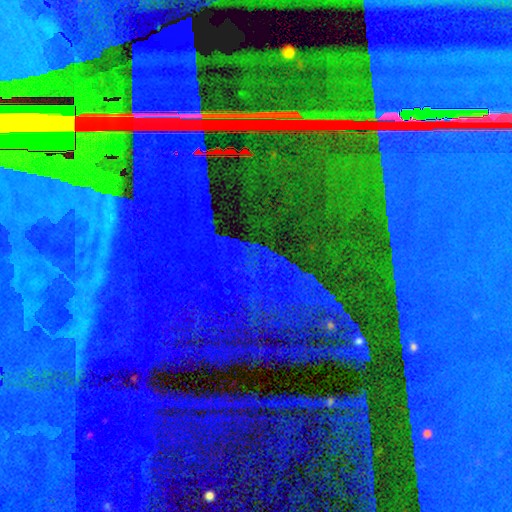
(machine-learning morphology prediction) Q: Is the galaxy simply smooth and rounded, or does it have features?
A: star or artifact — 88%.